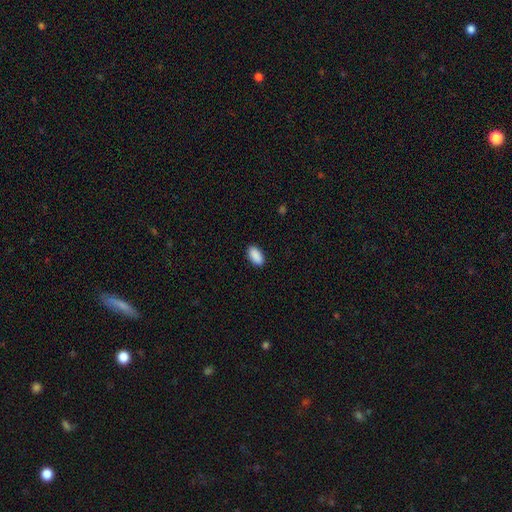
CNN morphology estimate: type=smooth (91%); roundness=in between (94%); merging=none (89%).